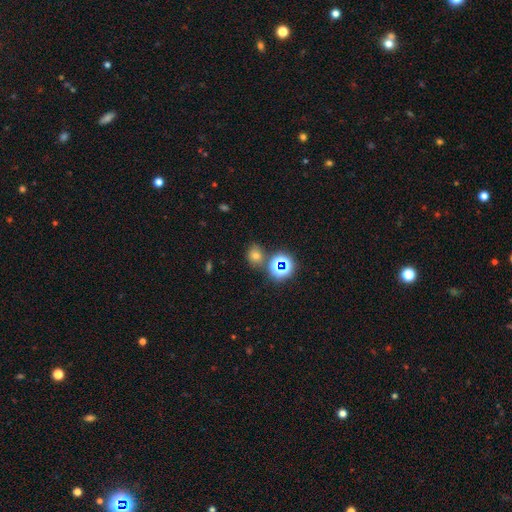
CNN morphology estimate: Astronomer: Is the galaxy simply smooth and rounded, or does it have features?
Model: smooth — 62%.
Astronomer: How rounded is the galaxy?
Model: round — 70%.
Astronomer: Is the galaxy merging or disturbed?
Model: none — 74%.